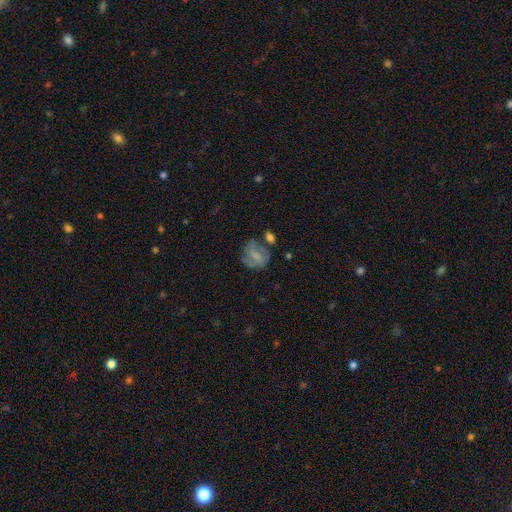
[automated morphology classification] Smooth or featured?
  - smooth: 51% *
  - featured or disk: 39%
  - star or artifact: 10%
How rounded?
  - round: 60% *
  - in between: 39%
  - cigar-shaped: 2%
Merging?
  - none: 48% *
  - minor disturbance: 24%
  - major disturbance: 18%
  - merger: 11%